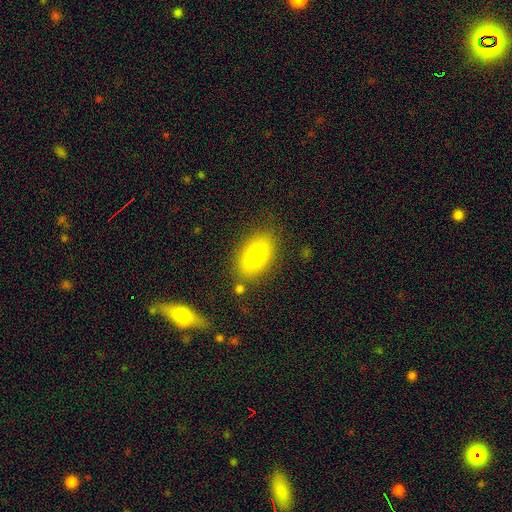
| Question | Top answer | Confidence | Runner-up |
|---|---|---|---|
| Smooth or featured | smooth | 92% | featured or disk (5%) |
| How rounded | in between | 97% | round (3%) |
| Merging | none | 87% | minor disturbance (13%) |